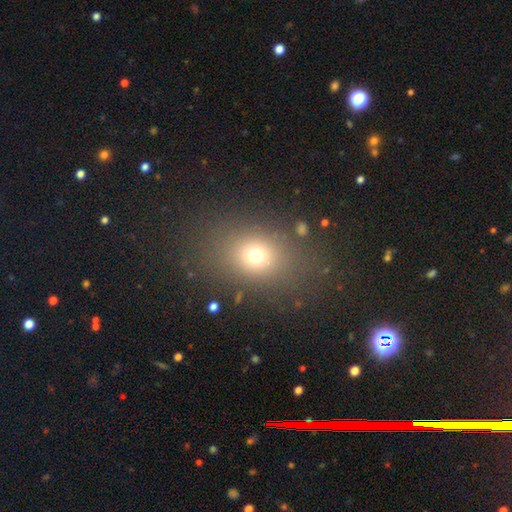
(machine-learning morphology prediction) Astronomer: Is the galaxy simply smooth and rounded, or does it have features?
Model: smooth — 70%.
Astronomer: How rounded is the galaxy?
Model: in between — 54% (runner-up: round, 45%).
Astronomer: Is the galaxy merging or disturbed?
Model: none — 79%.